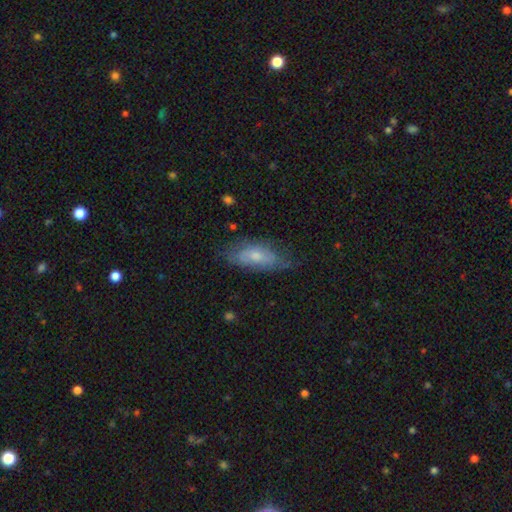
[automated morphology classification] The model was most divided on "smooth or featured": smooth: 55%, featured or disk: 37%, star or artifact: 7%. More confident: how rounded — in between (79%); merging — none (55%).